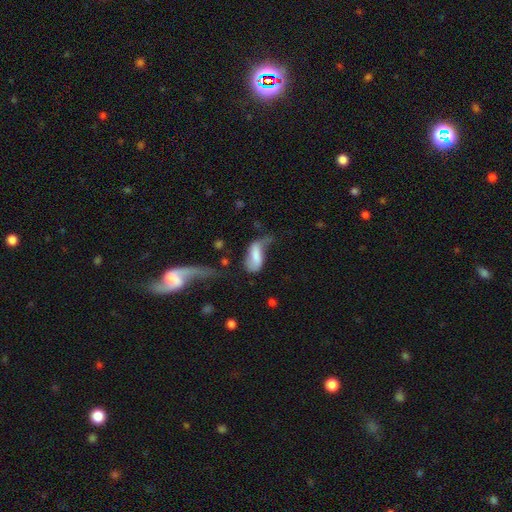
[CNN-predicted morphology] Smooth or featured: smooth — 58% (featured or disk — 34%)
How rounded: in between — 85% (cigar-shaped — 12%)
Merging: major disturbance — 43% (minor disturbance — 26%)